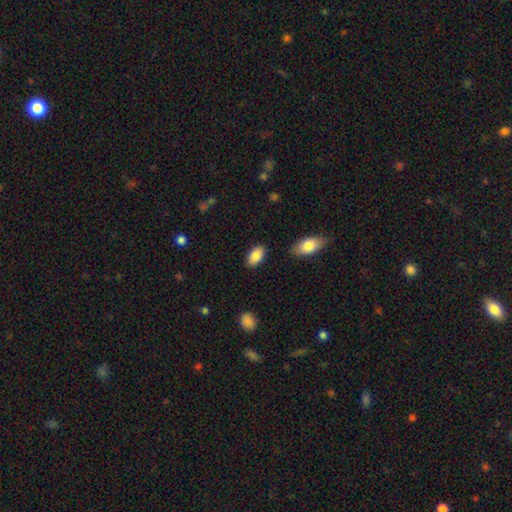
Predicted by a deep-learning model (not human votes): smooth-or-featured: smooth: 87% | star or artifact: 7% | featured or disk: 7%
  how-rounded: in between: 93% | round: 4% | cigar-shaped: 2%
  merging: none: 86% | minor disturbance: 9% | major disturbance: 2% | merger: 2%